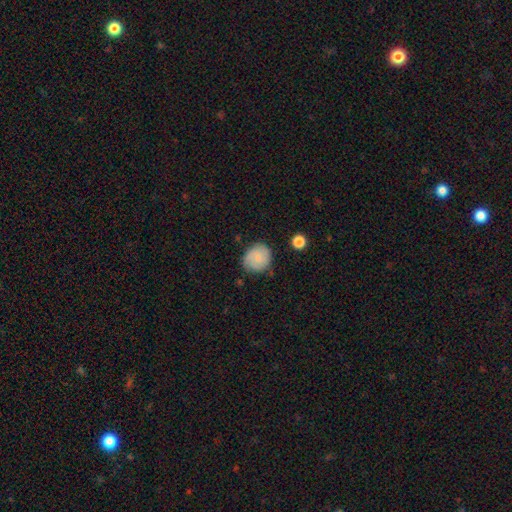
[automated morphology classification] Overall: smooth (71%). How rounded: round (74%). Merging: none (75%).